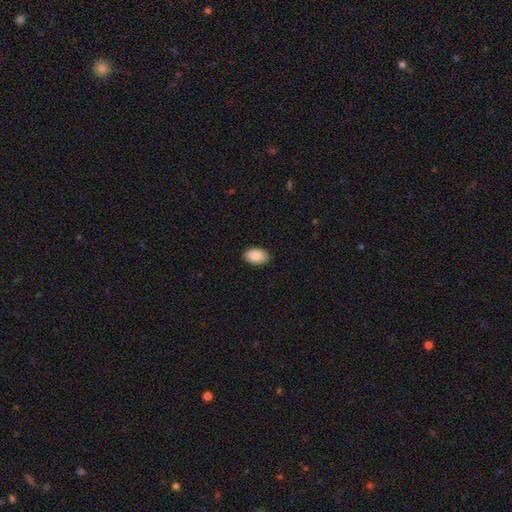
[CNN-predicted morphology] This is clearly a smooth galaxy (90%). How rounded: clearly in between (93%). Merging: clearly none (88%).